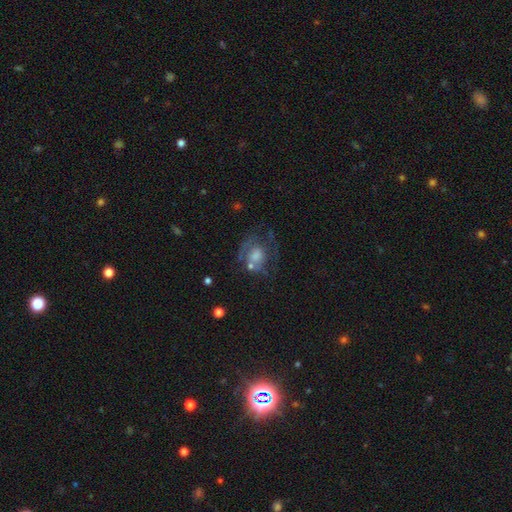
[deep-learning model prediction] This is possibly a featured or disk galaxy (56%). It is clearly not viewed edge-on (97%). Bar: clearly no (81%). Spiral arm pattern: possibly yes (52%). Central bulge: marginally moderate (42%). Merging: possibly none (45%).